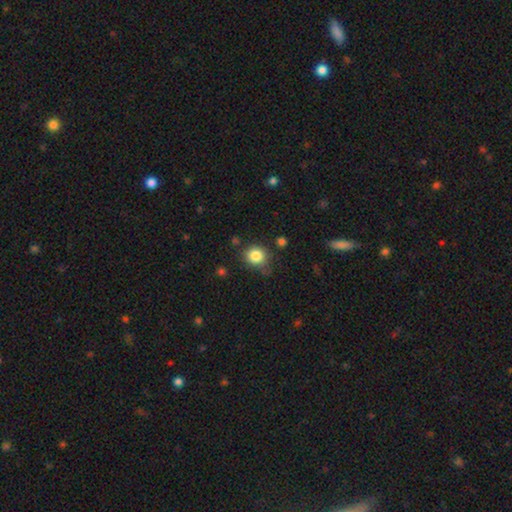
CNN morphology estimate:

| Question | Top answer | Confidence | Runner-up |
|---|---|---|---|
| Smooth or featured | smooth | 84% | star or artifact (11%) |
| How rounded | round | 80% | in between (19%) |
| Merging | none | 73% | minor disturbance (18%) |